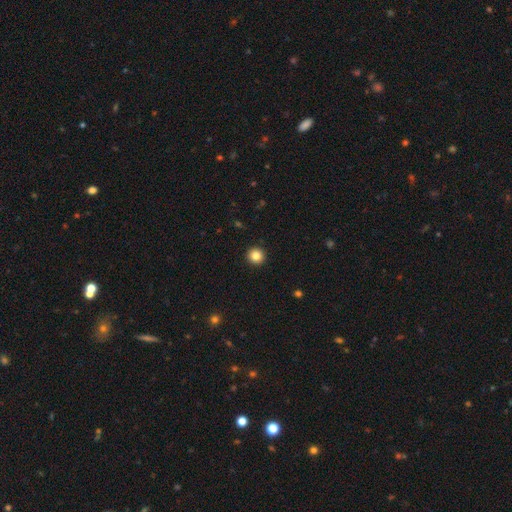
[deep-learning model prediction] A smooth galaxy with no disk features (84%) that is round (96%). Merging: none (94%).